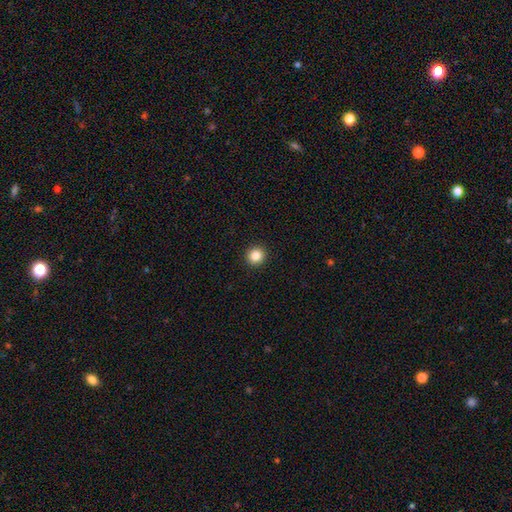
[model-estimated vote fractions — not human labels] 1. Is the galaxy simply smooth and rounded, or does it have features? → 85% smooth, 11% star or artifact, 5% featured or disk.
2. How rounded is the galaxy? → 95% round, 4% in between, 1% cigar-shaped.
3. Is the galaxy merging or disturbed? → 94% none, 4% minor disturbance, 1% major disturbance, 1% merger.